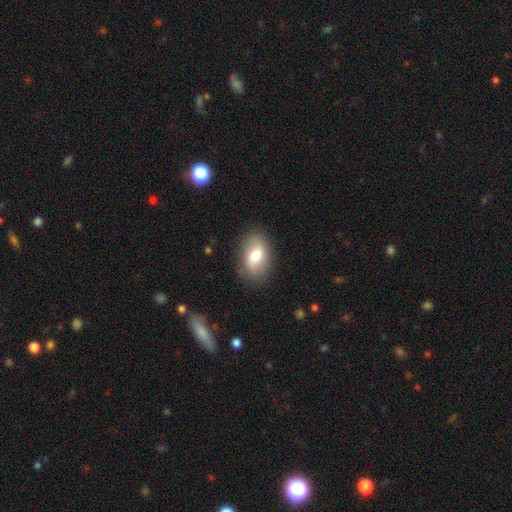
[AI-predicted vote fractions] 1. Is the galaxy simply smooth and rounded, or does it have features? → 75% smooth, 18% featured or disk, 7% star or artifact.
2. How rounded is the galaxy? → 86% in between, 12% round, 2% cigar-shaped.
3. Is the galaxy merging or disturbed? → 82% none, 13% minor disturbance, 4% major disturbance, 1% merger.